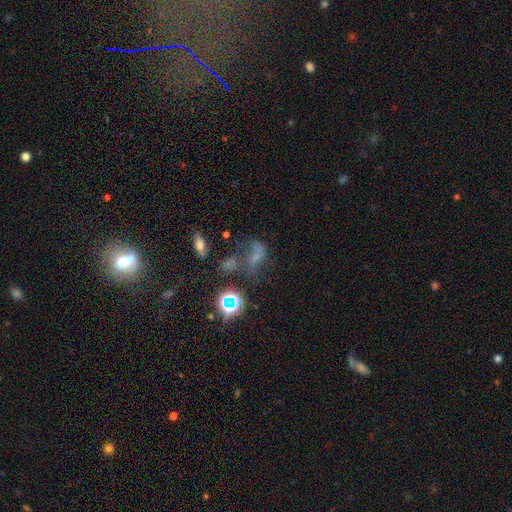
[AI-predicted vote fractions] This is marginally a smooth galaxy (37%). Merging: marginally none (34%).